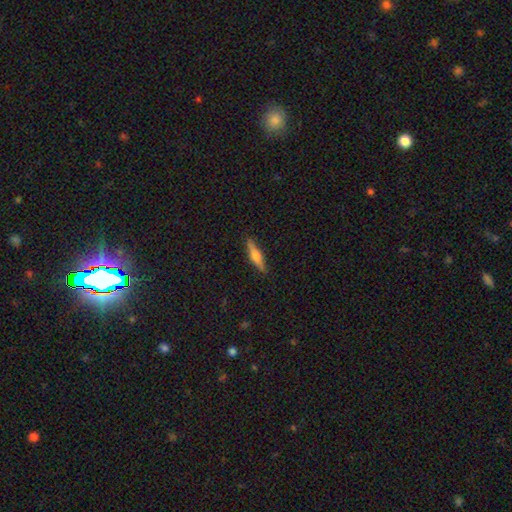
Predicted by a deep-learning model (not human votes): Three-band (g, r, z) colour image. It shows a featured or disk galaxy (55%) viewed edge-on (96%) with a rounded central bulge (90%). Merging: none (89%).